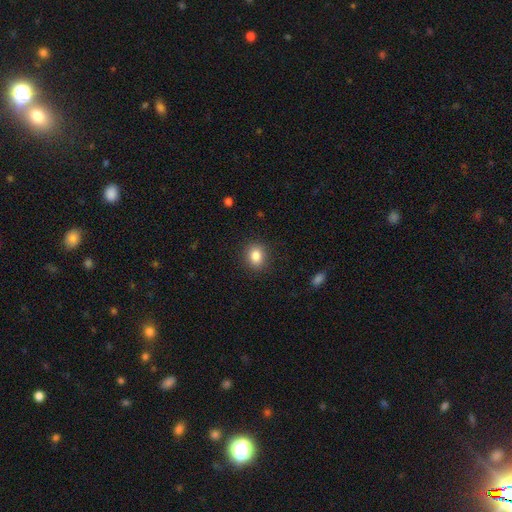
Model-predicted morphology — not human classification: type=smooth (84%); roundness=round (64%); merging=none (89%).